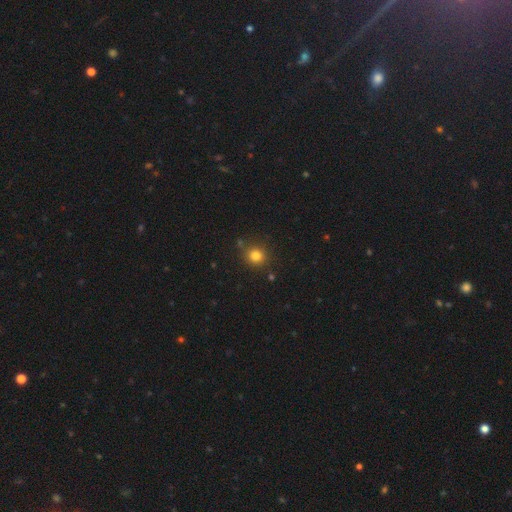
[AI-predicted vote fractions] A smooth galaxy with no disk features (81%) that is round (90%). Merging: none (83%).